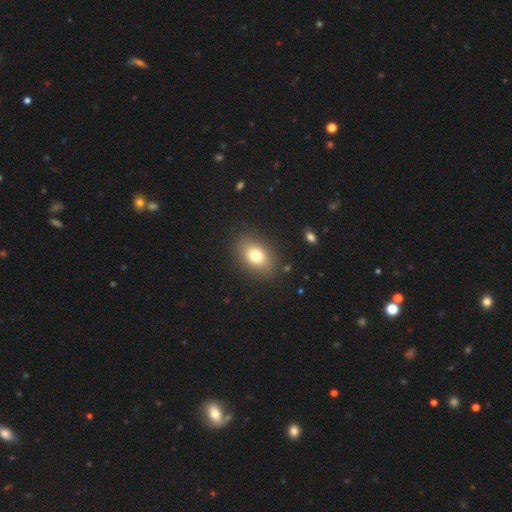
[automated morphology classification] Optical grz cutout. It shows a smooth galaxy with no disk features (76%) that is in between round and cigar-shaped (80%). Merging: none (86%).